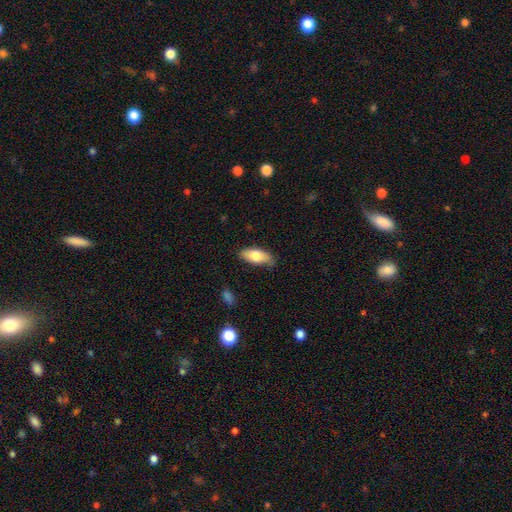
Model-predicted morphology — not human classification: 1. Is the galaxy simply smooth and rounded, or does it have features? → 76% smooth, 18% featured or disk, 6% star or artifact.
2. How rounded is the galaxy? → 85% in between, 12% cigar-shaped, 2% round.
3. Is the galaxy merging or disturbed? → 70% none, 24% minor disturbance, 4% major disturbance, 2% merger.